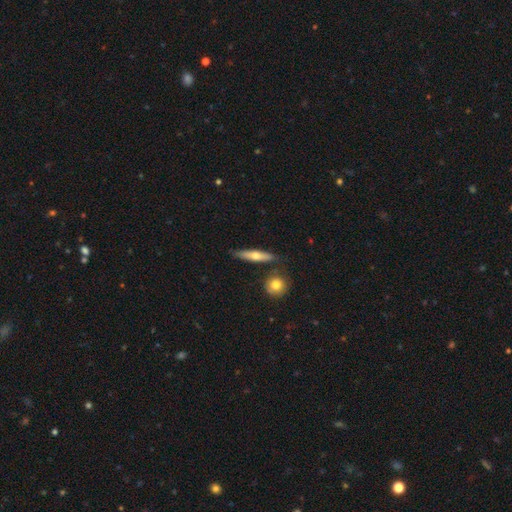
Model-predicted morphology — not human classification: The model was most divided on "smooth or featured": smooth: 55%, featured or disk: 39%, star or artifact: 6%. More confident: merging — none (80%); how rounded — cigar-shaped (77%).